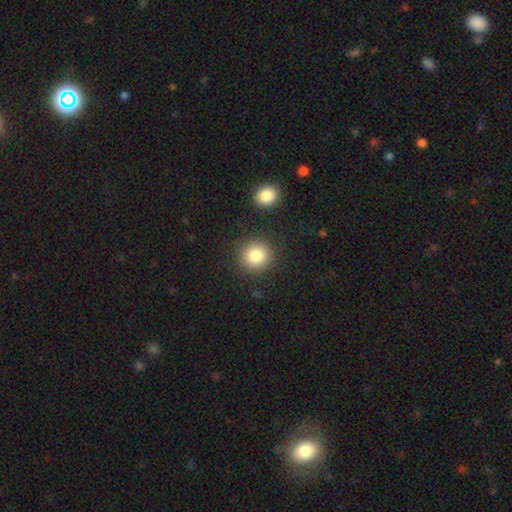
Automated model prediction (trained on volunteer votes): A smooth galaxy with no disk features (83%) that is round (91%).

Vote fractions:
- Smooth or featured? smooth: 83% / star or artifact: 10% / featured or disk: 7%
- How rounded? round: 91% / in between: 8% / cigar-shaped: 1%
- Merging? none: 87% / minor disturbance: 7% / merger: 3% / major disturbance: 3%